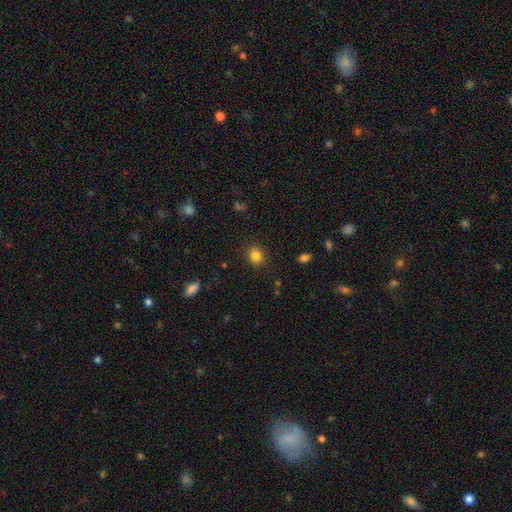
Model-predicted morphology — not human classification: Smooth or featured? smooth (83%)
How rounded? round (69%)
Merging? none (88%)